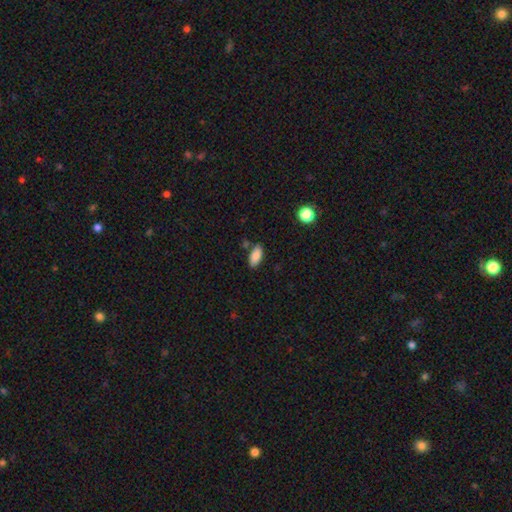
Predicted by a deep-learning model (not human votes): Smooth or featured? Predicted: smooth (p=0.88). How rounded? Predicted: in between (p=0.89). Merging? Predicted: none (p=0.79).